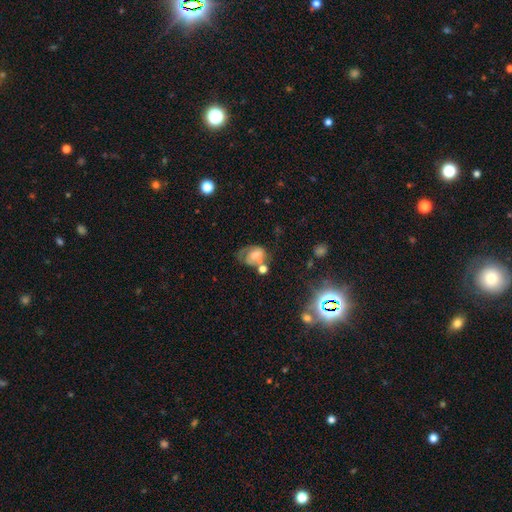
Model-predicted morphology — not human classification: type=featured or disk (47%); merging=none (33%).